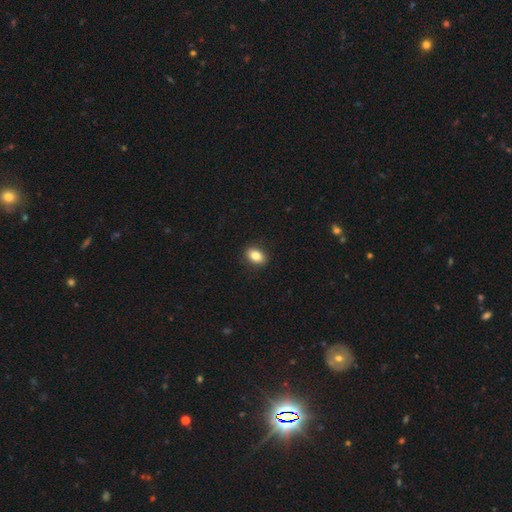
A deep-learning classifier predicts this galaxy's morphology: smooth_or_featured: smooth (p=0.84) [alt: star or artifact p=0.09]
how_rounded: in between (p=0.78) [alt: round p=0.21]
merging: none (p=0.90) [alt: minor disturbance p=0.07]